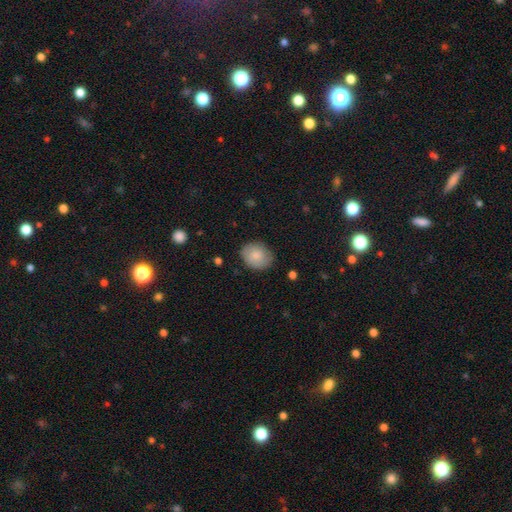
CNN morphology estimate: Smooth or featured? Predicted: smooth (p=0.82). How rounded? Predicted: round (p=0.53). Merging? Predicted: none (p=0.82).